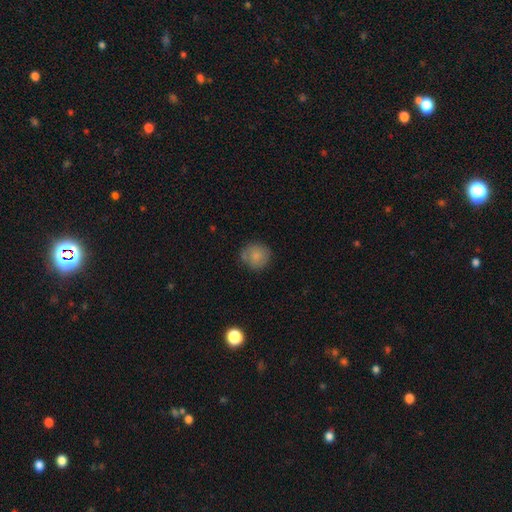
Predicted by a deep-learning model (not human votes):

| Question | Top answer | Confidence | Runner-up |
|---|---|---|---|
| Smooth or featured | smooth | 79% | featured or disk (12%) |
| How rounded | round | 88% | in between (11%) |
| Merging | none | 74% | minor disturbance (18%) |